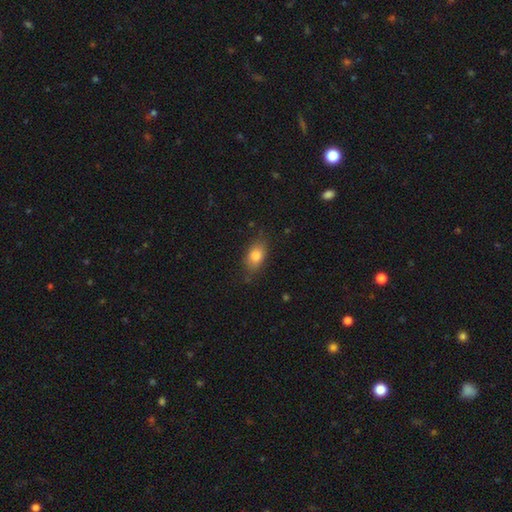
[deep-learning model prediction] Morphology: type=smooth (82%); roundness=in between (86%); merging=none (77%).